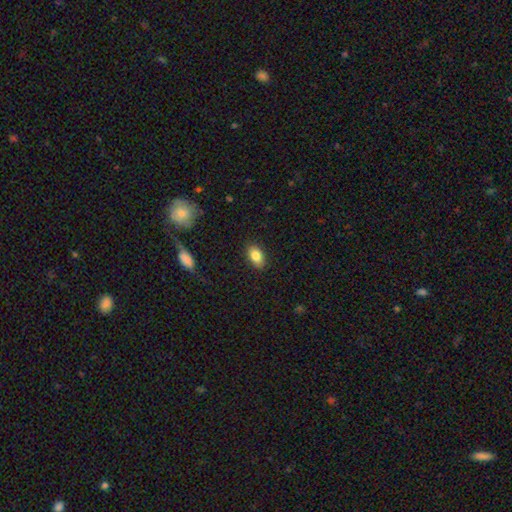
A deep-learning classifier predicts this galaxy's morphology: This appears to be a smooth galaxy with no disk features (83%) that is in between round and cigar-shaped (89%). Merging: none (88%).